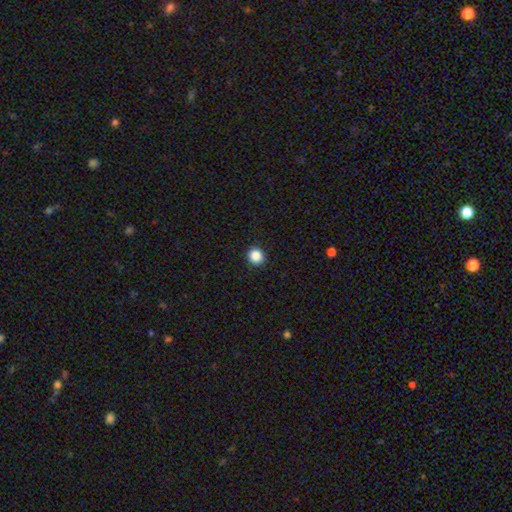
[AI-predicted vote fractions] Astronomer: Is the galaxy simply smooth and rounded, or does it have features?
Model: smooth — 88%.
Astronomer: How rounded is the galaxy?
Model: round — 91%.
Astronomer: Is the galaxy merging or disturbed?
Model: none — 93%.